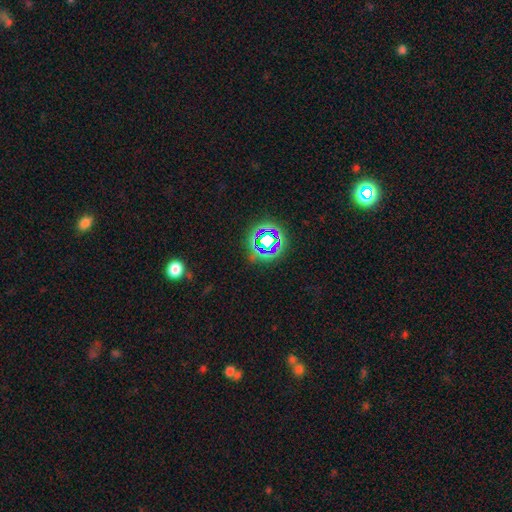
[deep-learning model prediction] Smooth or featured?
  - star or artifact: 60% *
  - smooth: 31%
  - featured or disk: 9%